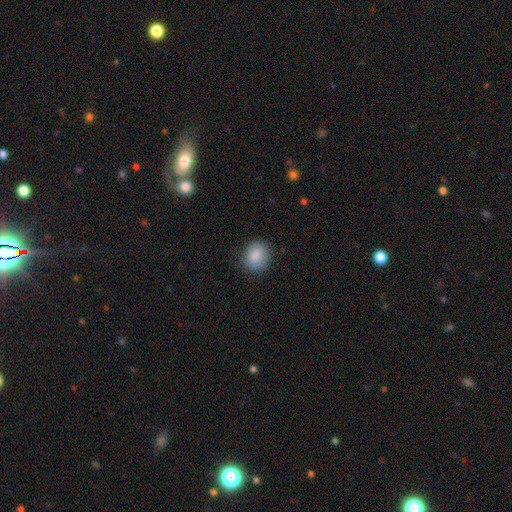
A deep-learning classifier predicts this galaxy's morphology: A smooth galaxy with no disk features (87%) that is round (66%).

Vote fractions:
- Smooth or featured? smooth: 87% / star or artifact: 8% / featured or disk: 6%
- How rounded? round: 66% / in between: 33% / cigar-shaped: 1%
- Merging? none: 80% / minor disturbance: 15% / major disturbance: 4% / merger: 1%